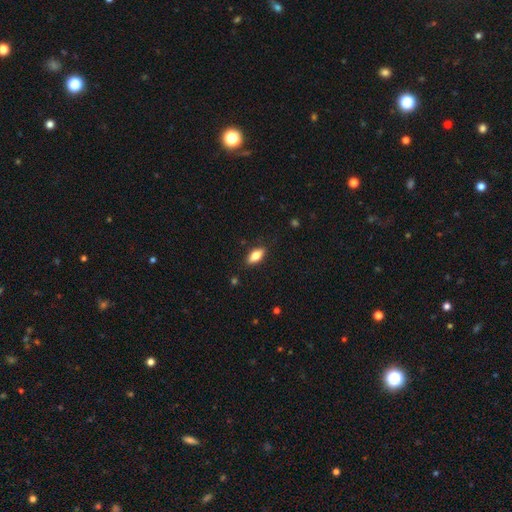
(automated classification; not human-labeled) This is likely a smooth galaxy (72%). How rounded: clearly in between (85%). Merging: clearly none (86%).